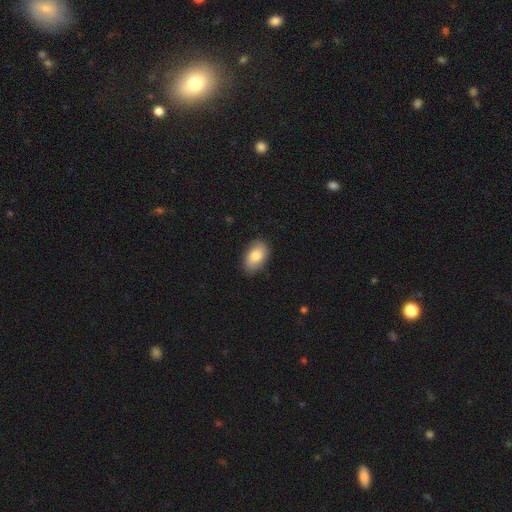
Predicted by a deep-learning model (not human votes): Q: Smooth or featured?
A: smooth (81%); runner-up: featured or disk (12%)
Q: How rounded?
A: in between (91%); runner-up: round (7%)
Q: Merging?
A: none (83%); runner-up: minor disturbance (13%)